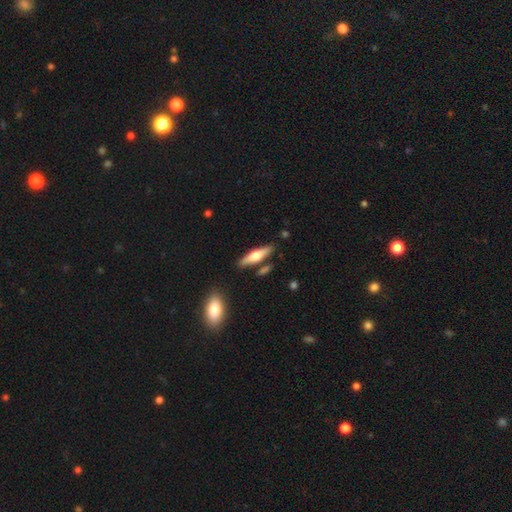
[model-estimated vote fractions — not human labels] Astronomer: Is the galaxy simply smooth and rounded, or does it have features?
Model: smooth — 47%, tied with featured or disk at 47%.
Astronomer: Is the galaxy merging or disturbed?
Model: none — 83%.